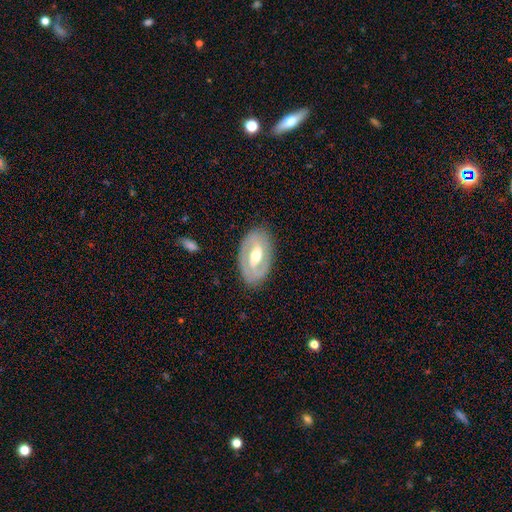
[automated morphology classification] Smooth or featured: featured or disk — 70% (smooth — 25%)
Edge-on disk: no — 92% (yes — 8%)
Bar: weak — 40% (strong — 31%)
Spiral arms: yes — 50% (tied with no — 50%)
Bulge size: moderate — 73% (small — 15%)
Merging: none — 84% (minor disturbance — 12%)